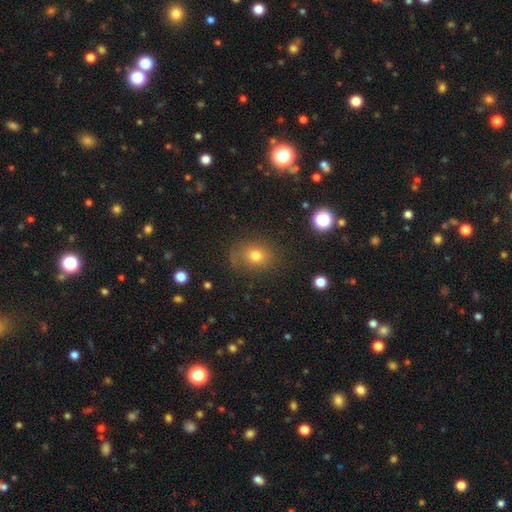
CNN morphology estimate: smooth_or_featured: smooth (p=0.71) [alt: star or artifact p=0.16]
how_rounded: round (p=0.55) [alt: in between p=0.44]
merging: none (p=0.74) [alt: minor disturbance p=0.17]